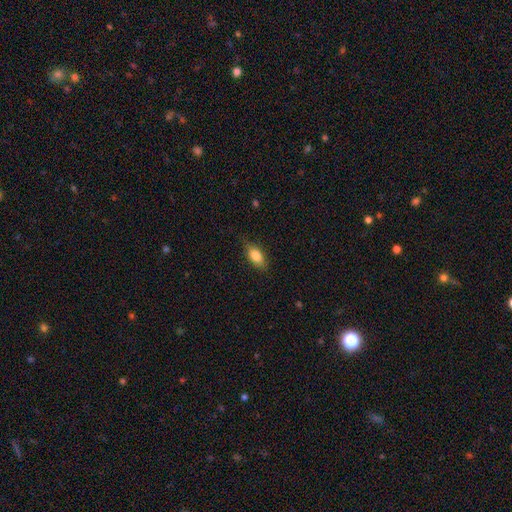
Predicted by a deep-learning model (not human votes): Q: Smooth or featured?
A: smooth (81%); runner-up: featured or disk (12%)
Q: How rounded?
A: in between (84%); runner-up: cigar-shaped (11%)
Q: Merging?
A: none (80%); runner-up: minor disturbance (16%)